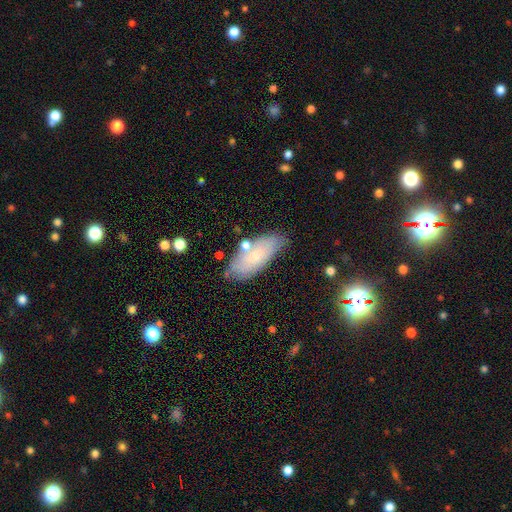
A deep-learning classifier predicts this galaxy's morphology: Smooth or featured? Predicted: smooth (p=0.61). How rounded? Predicted: in between (p=0.85). Merging? Predicted: none (p=0.68).